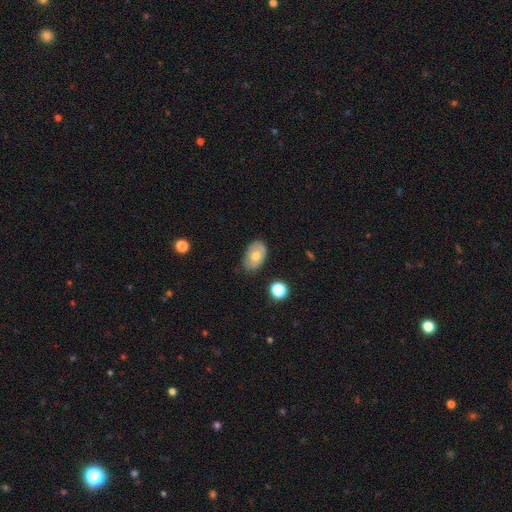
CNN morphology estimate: A smooth galaxy with no disk features (66%) that is in between round and cigar-shaped (88%).

Vote fractions:
- Smooth or featured? smooth: 66% / featured or disk: 26% / star or artifact: 8%
- How rounded? in between: 88% / round: 11% / cigar-shaped: 1%
- Merging? none: 72% / minor disturbance: 22% / major disturbance: 4% / merger: 2%